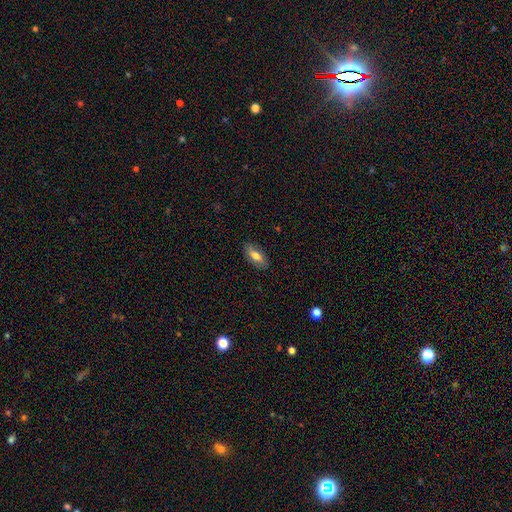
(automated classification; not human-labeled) smooth-or-featured: smooth: 73% | featured or disk: 20% | star or artifact: 7%
  how-rounded: in between: 79% | cigar-shaped: 19% | round: 3%
  merging: none: 84% | minor disturbance: 12% | major disturbance: 3% | merger: 1%